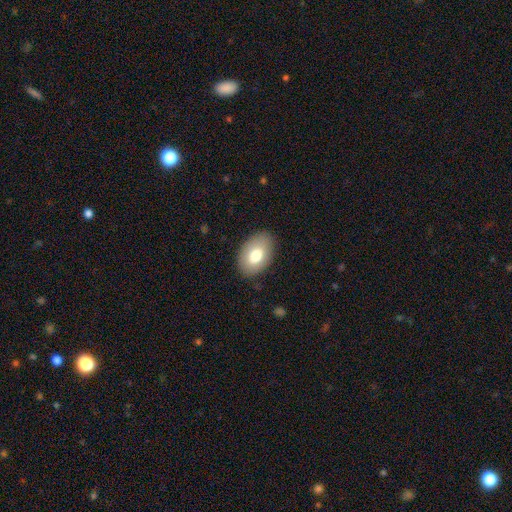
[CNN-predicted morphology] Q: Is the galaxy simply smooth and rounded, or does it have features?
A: smooth — 76%.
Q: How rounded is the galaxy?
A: in between — 91%.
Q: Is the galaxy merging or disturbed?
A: none — 85%.